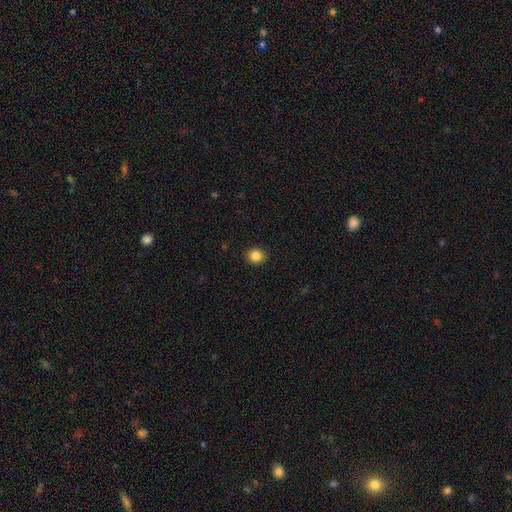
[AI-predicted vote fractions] The model was most divided on "how rounded": round: 83%, in between: 16%, cigar-shaped: 1%. More confident: merging — none (92%); smooth or featured — smooth (85%).